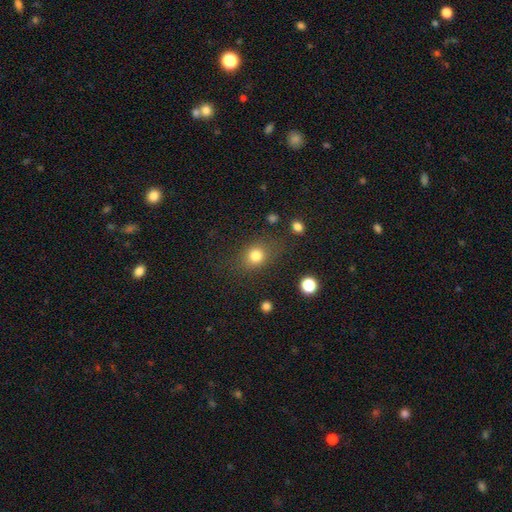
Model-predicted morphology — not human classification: A smooth galaxy with no disk features (80%) that is round (61%).

Vote fractions:
- Smooth or featured? smooth: 80% / star or artifact: 12% / featured or disk: 8%
- How rounded? round: 61% / in between: 37% / cigar-shaped: 2%
- Merging? none: 74% / minor disturbance: 15% / major disturbance: 8% / merger: 3%